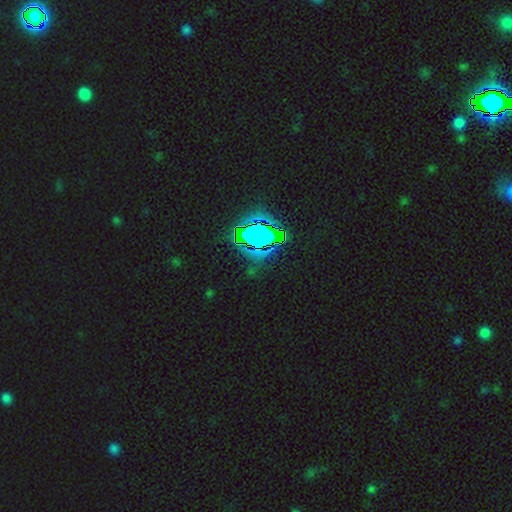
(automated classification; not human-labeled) Smooth or featured?
  - star or artifact: 84% *
  - smooth: 10%
  - featured or disk: 7%